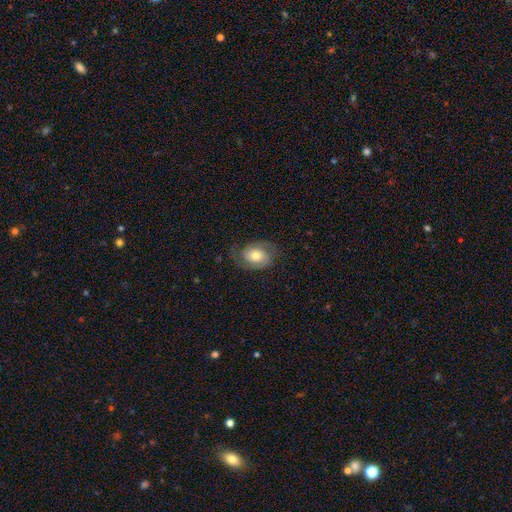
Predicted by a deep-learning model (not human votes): A featured or disk galaxy (73%) with no bar (70%), 2 (88%) medium (45%) spiral arms (93%) and a moderate central bulge (67%). Merging: none (74%).